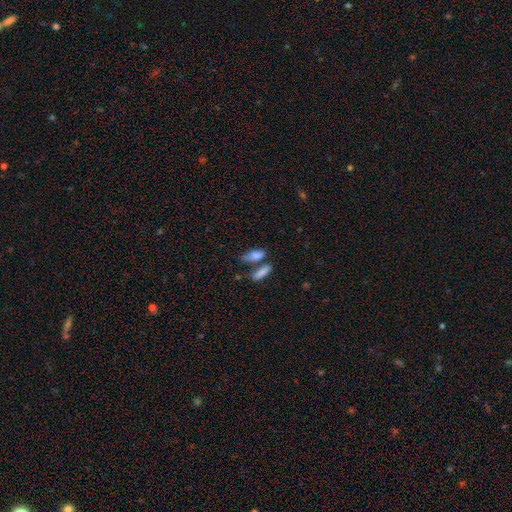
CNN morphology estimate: A smooth galaxy with no disk features (80%) that is in between round and cigar-shaped (60%).

Vote fractions:
- Smooth or featured? smooth: 80% / featured or disk: 12% / star or artifact: 8%
- How rounded? in between: 60% / cigar-shaped: 37% / round: 3%
- Merging? none: 47% / merger: 34% / minor disturbance: 14% / major disturbance: 6%